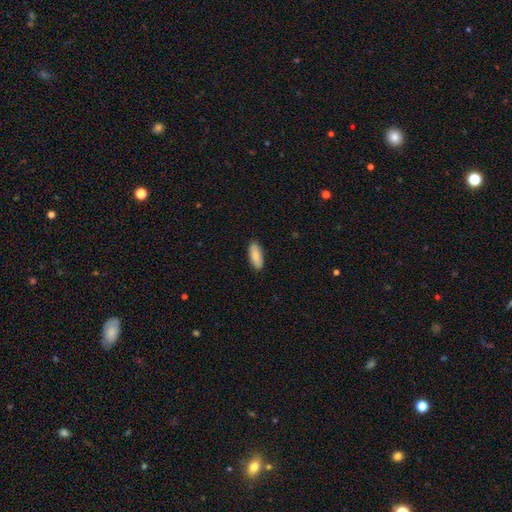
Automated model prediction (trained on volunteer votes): The model was most divided on "how rounded": in between: 73%, cigar-shaped: 25%, round: 2%. More confident: merging — none (88%); smooth or featured — smooth (88%).